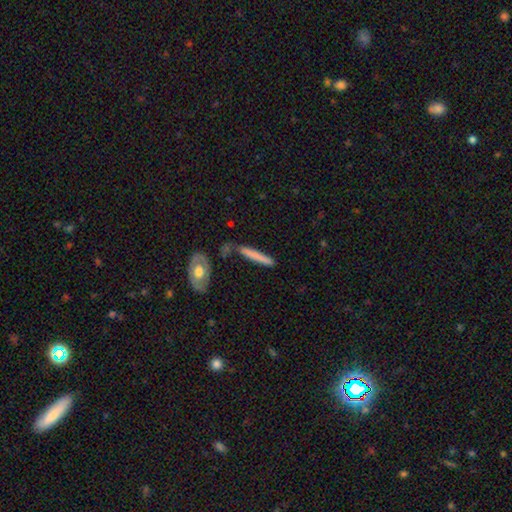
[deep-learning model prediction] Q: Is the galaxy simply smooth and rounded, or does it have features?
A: smooth — 62%.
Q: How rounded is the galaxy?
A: cigar-shaped — 92%.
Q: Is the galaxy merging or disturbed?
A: none — 77%.